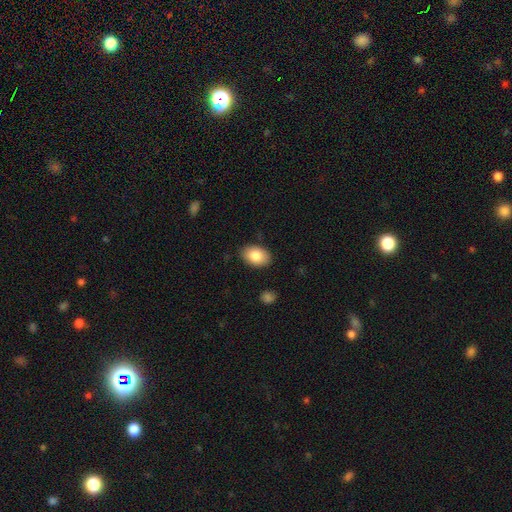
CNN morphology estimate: A smooth galaxy with no disk features (84%) that is in between round and cigar-shaped (87%).

Vote fractions:
- Smooth or featured? smooth: 84% / featured or disk: 9% / star or artifact: 7%
- How rounded? in between: 87% / round: 12% / cigar-shaped: 1%
- Merging? none: 88% / minor disturbance: 9% / major disturbance: 2% / merger: 1%